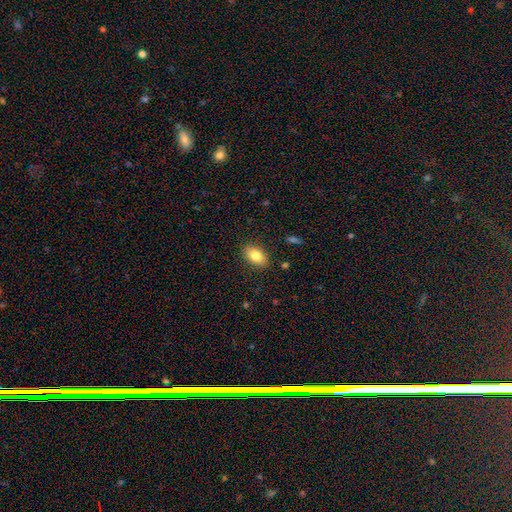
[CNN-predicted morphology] A smooth galaxy with no disk features (82%) that is in between round and cigar-shaped (89%). Merging: none (88%).